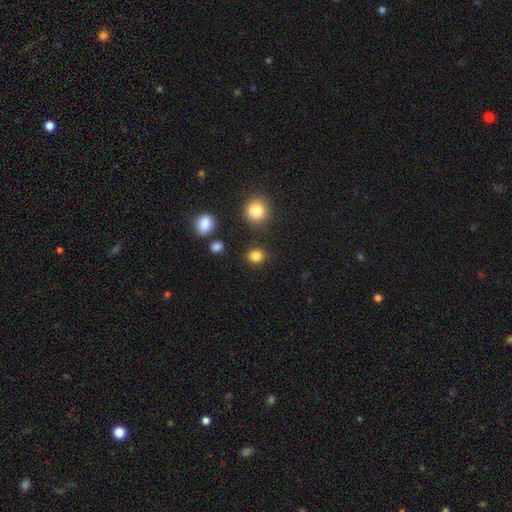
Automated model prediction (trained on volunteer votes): smooth-or-featured: smooth: 84% | star or artifact: 12% | featured or disk: 4%
  how-rounded: round: 81% | in between: 19% | cigar-shaped: 1%
  merging: none: 87% | minor disturbance: 7% | merger: 3% | major disturbance: 3%